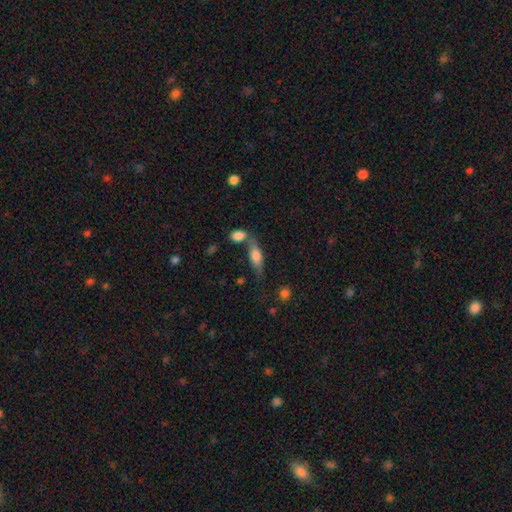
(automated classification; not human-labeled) smooth_or_featured: smooth (p=0.69) [alt: featured or disk p=0.23]
how_rounded: in between (p=0.64) [alt: cigar-shaped p=0.33]
merging: none (p=0.50) [alt: merger p=0.27]